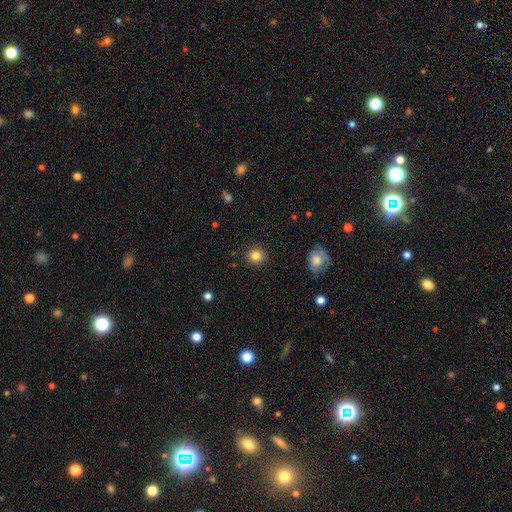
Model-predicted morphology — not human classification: Smooth or featured: smooth — 84% (star or artifact — 11%)
How rounded: round — 90% (in between — 9%)
Merging: none — 91% (minor disturbance — 6%)